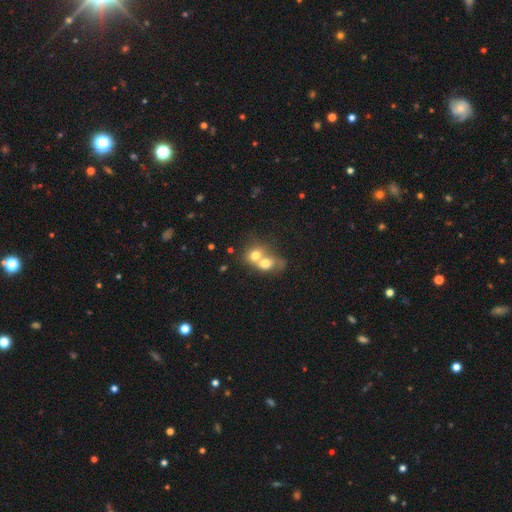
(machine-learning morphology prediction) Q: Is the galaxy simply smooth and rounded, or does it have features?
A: smooth — 68%.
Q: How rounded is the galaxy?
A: round — 56%.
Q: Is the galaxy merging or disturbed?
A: merger — 77%.